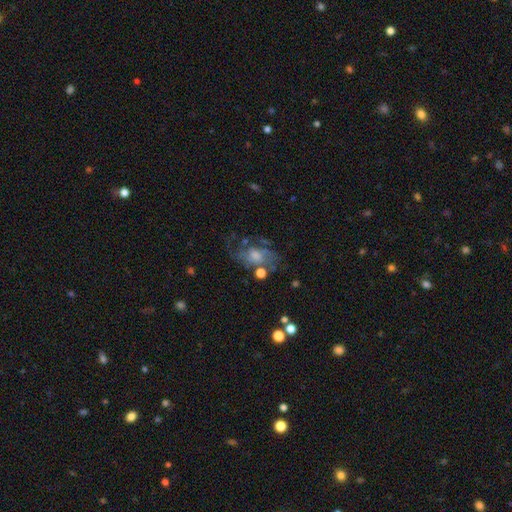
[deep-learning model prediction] Smooth or featured?
  - featured or disk: 66% *
  - smooth: 21%
  - star or artifact: 13%
Edge-on disk?
  - no: 95% *
  - yes: 5%
Bar?
  - no: 73% *
  - weak: 24%
  - strong: 4%
Spiral arms?
  - yes: 76% *
  - no: 24%
Bulge size?
  - moderate: 44% *
  - small: 36%
  - none: 9%
  - large: 9%
  - dominant: 2%
Merging?
  - none: 55% *
  - minor disturbance: 20%
  - major disturbance: 19%
  - merger: 5%